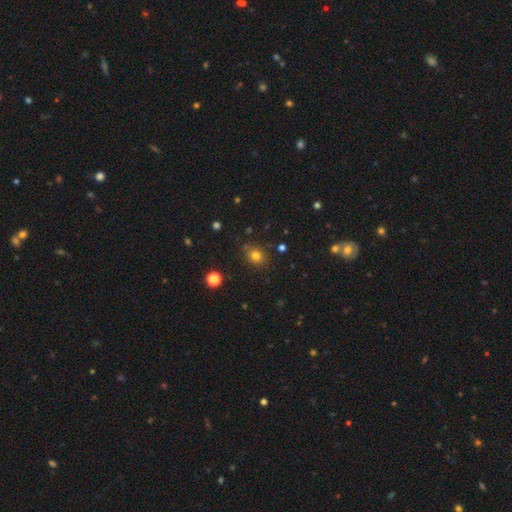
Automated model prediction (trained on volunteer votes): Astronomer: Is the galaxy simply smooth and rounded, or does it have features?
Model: smooth — 78%.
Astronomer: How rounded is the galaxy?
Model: round — 65%.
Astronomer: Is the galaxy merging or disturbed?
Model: none — 82%.